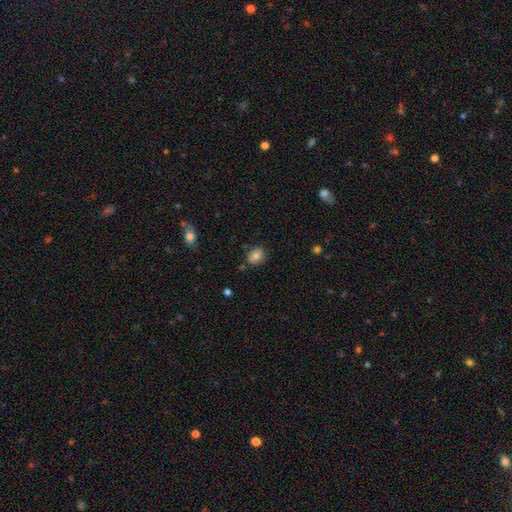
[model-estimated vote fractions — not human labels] The model was most divided on "how rounded": round: 60%, in between: 39%, cigar-shaped: 1%. More confident: smooth or featured — smooth (80%); merging — none (79%).